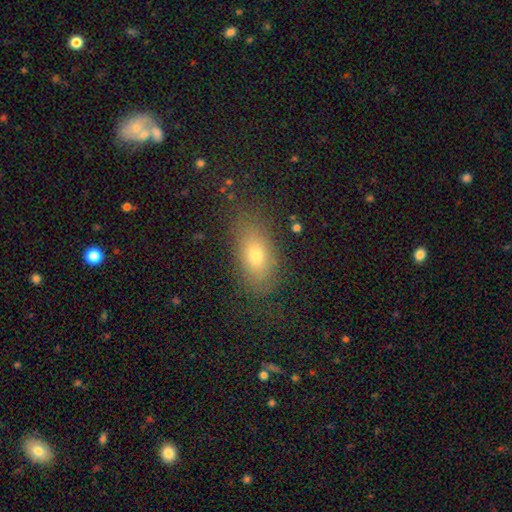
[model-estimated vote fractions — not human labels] A smooth galaxy with no disk features (74%) that is in between round and cigar-shaped (85%). Merging: none (77%).